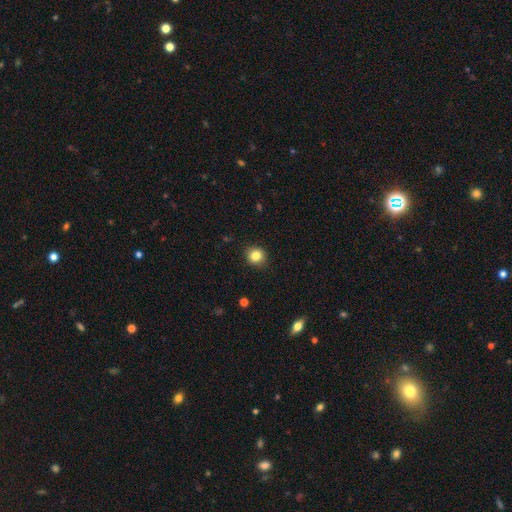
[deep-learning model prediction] This is clearly a smooth galaxy (83%). How rounded: clearly round (88%). Merging: clearly none (90%).